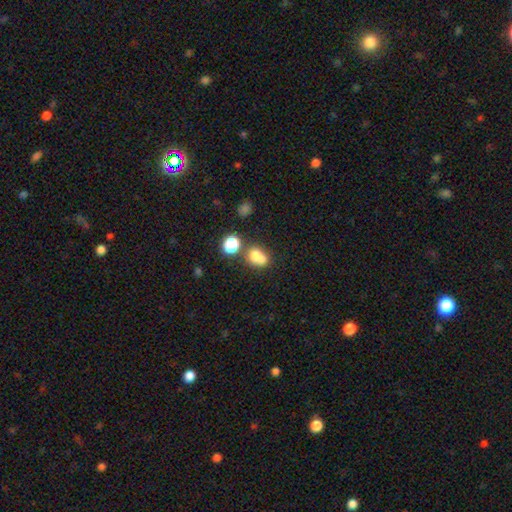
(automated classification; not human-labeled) Q: Smooth or featured?
A: smooth (70%); runner-up: featured or disk (16%)
Q: How rounded?
A: round (65%); runner-up: in between (34%)
Q: Merging?
A: merger (54%); runner-up: none (34%)